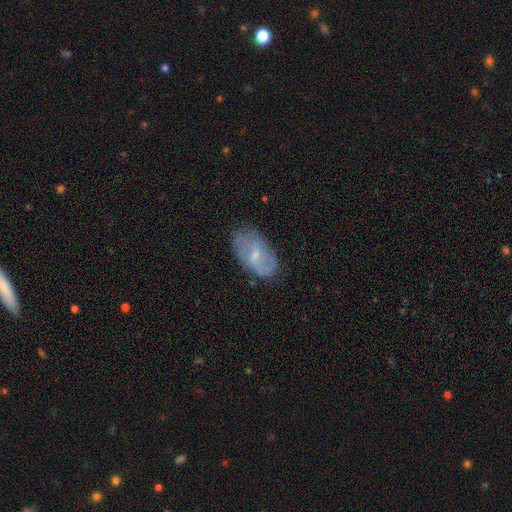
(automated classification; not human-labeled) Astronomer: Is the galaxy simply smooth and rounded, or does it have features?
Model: featured or disk — 50% (runner-up: smooth, 43%).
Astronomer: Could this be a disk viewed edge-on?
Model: no — 93%.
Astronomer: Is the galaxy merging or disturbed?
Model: none — 67%.